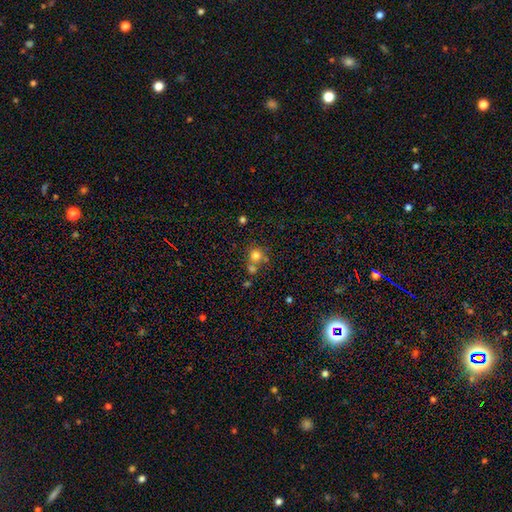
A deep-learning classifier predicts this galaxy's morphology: Q: Smooth or featured?
A: smooth (78%); runner-up: star or artifact (14%)
Q: How rounded?
A: round (90%); runner-up: in between (9%)
Q: Merging?
A: none (58%); runner-up: merger (30%)